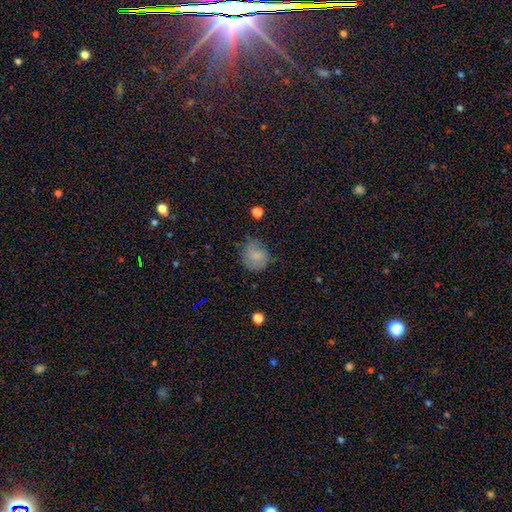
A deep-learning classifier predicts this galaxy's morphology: Q: Smooth or featured?
A: smooth (75%); runner-up: featured or disk (15%)
Q: How rounded?
A: round (78%); runner-up: in between (21%)
Q: Merging?
A: none (66%); runner-up: minor disturbance (25%)